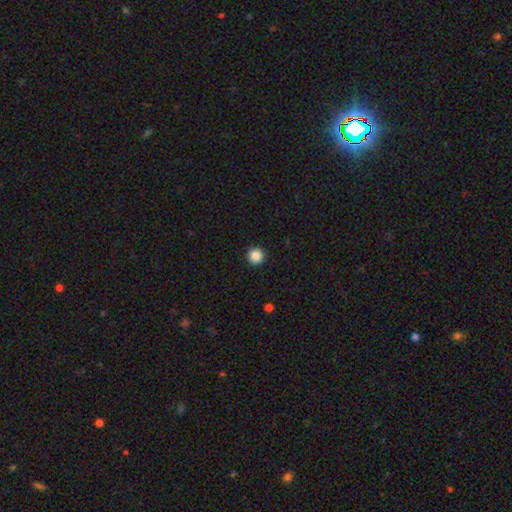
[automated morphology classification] Smooth or featured: smooth — 87% (star or artifact — 10%)
How rounded: round — 96% (in between — 3%)
Merging: none — 93% (minor disturbance — 4%)